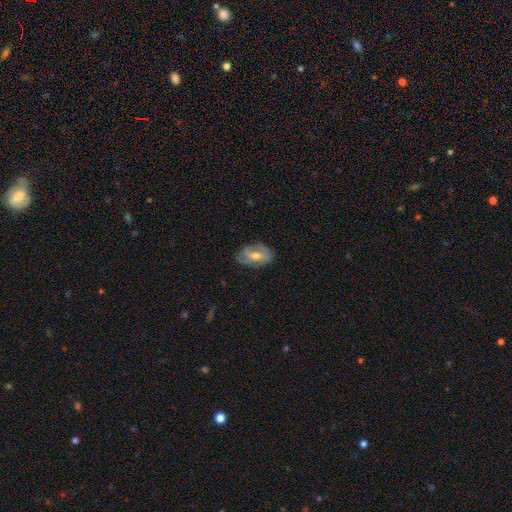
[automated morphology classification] This is likely a featured or disk galaxy (60%). It is clearly not viewed edge-on (92%). Bar: marginally weak (42%). Spiral arm pattern: likely yes (67%). Central bulge: likely moderate (67%). Merging: likely none (71%).